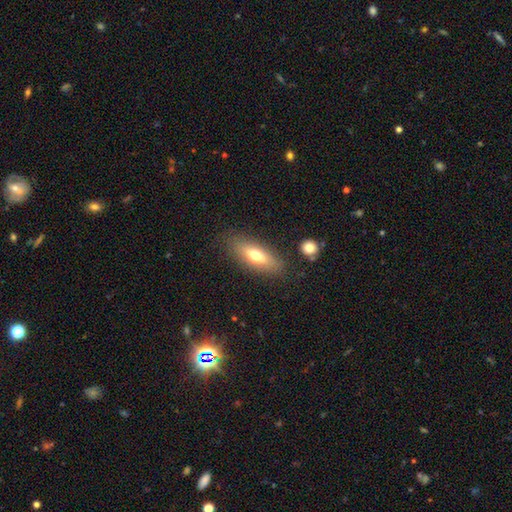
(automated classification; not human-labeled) Smooth or featured? smooth (67%)
How rounded? in between (67%)
Merging? none (81%)